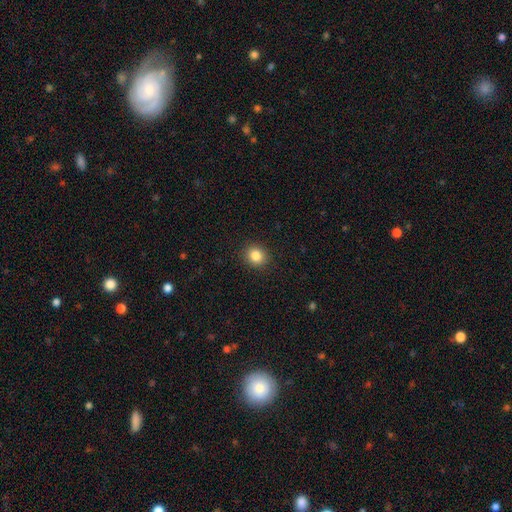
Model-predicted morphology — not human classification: smooth_or_featured: smooth (p=0.84) [alt: star or artifact p=0.11]
how_rounded: round (p=0.79) [alt: in between p=0.20]
merging: none (p=0.91) [alt: minor disturbance p=0.06]